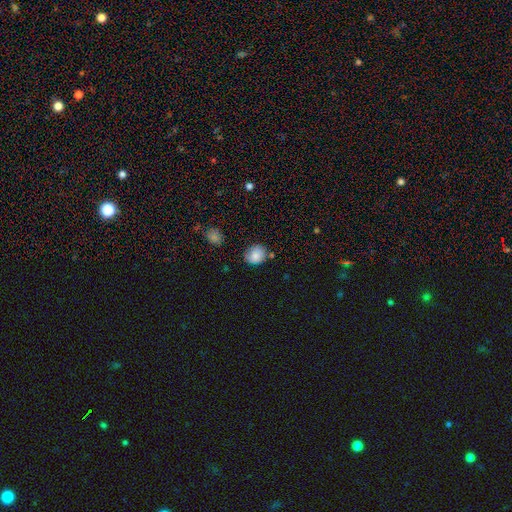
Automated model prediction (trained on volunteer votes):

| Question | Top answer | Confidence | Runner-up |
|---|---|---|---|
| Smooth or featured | smooth | 81% | featured or disk (10%) |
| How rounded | round | 71% | in between (28%) |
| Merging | none | 70% | minor disturbance (22%) |